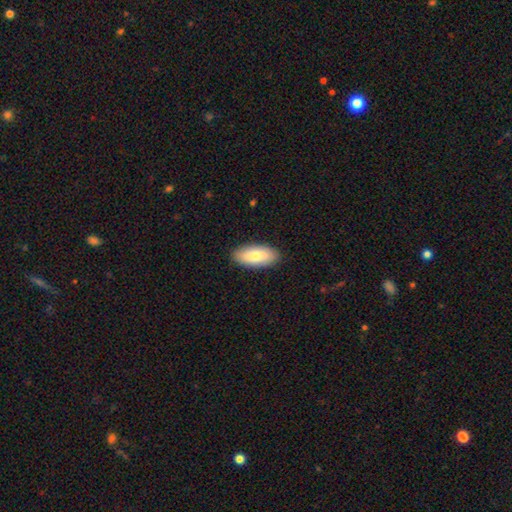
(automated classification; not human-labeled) This is likely a smooth galaxy (78%). How rounded: clearly in between (87%). Merging: clearly none (89%).